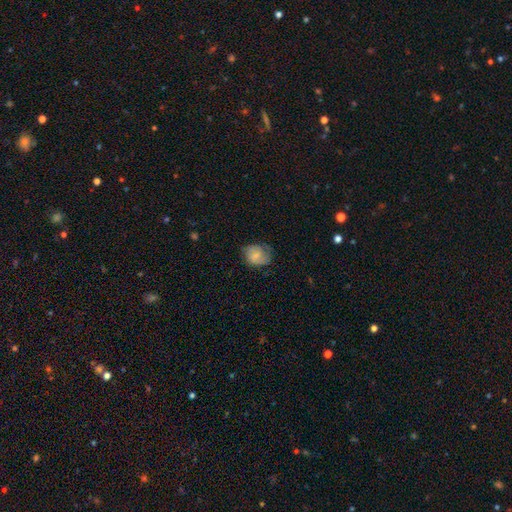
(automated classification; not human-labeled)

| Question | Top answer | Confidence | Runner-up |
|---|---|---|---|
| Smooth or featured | smooth | 64% | featured or disk (28%) |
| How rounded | in between | 50% | round (49%) |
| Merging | none | 58% | minor disturbance (29%) |